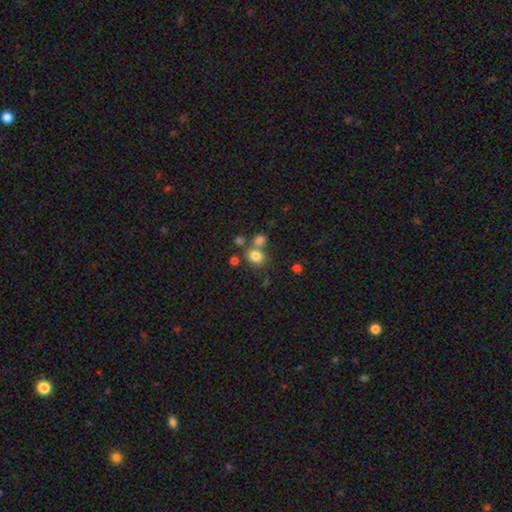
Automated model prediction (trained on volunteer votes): The model was most divided on "how rounded": round: 50%, in between: 49%, cigar-shaped: 1%. More confident: smooth or featured — smooth (79%); merging — none (56%).